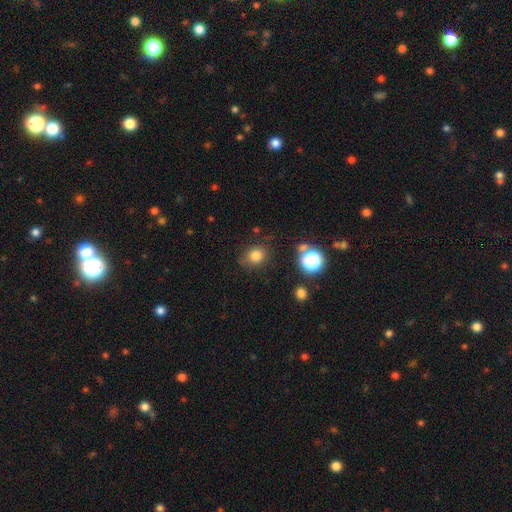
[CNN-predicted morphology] type=smooth (79%); roundness=round (67%); merging=none (78%).